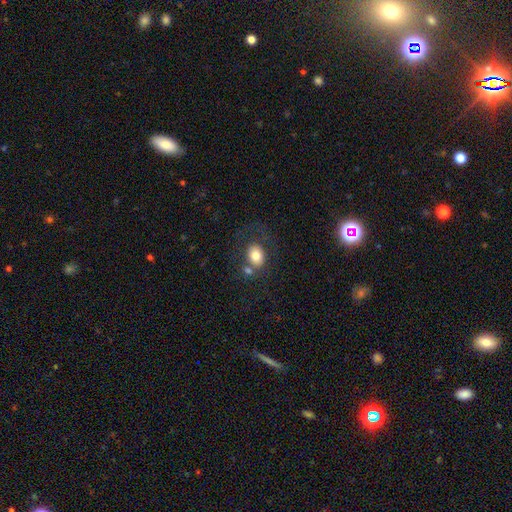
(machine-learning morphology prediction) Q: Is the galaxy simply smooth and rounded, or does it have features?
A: smooth — 77%.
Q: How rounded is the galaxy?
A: in between — 62%.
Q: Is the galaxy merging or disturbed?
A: none — 54%.